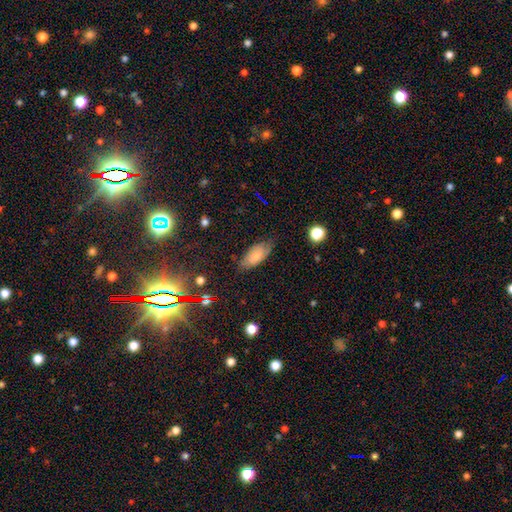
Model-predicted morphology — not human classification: A smooth galaxy with no disk features (73%) that is in between round and cigar-shaped (88%).

Vote fractions:
- Smooth or featured? smooth: 73% / featured or disk: 18% / star or artifact: 9%
- How rounded? in between: 88% / cigar-shaped: 9% / round: 3%
- Merging? none: 67% / minor disturbance: 26% / major disturbance: 6% / merger: 2%